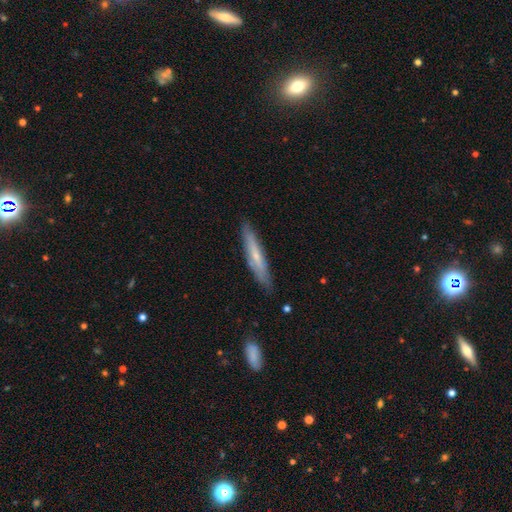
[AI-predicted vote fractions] This is possibly a smooth galaxy (50%). How rounded: clearly cigar-shaped (90%). Merging: clearly none (84%).